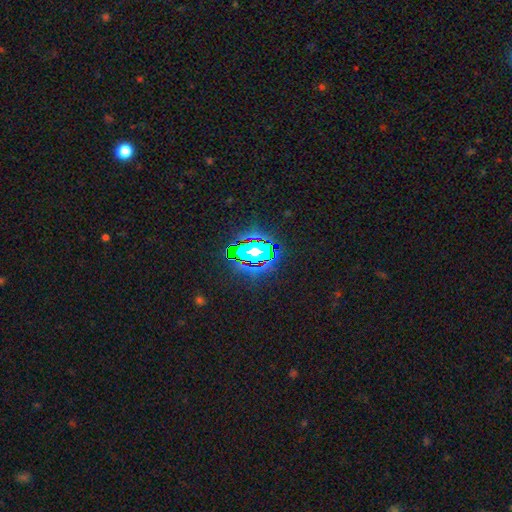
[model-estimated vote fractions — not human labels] A star or artifact, not a galaxy (81%).